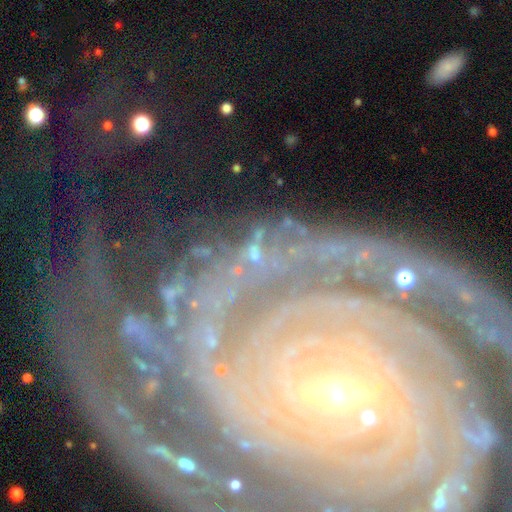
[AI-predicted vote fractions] Smooth or featured: featured or disk — 46% (star or artifact — 40%)
Merging: none — 57% (minor disturbance — 19%)